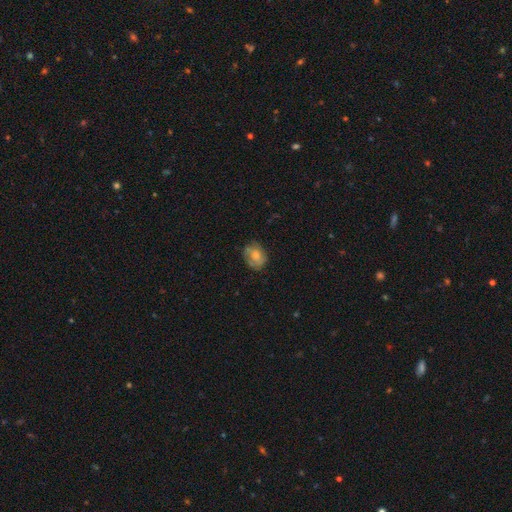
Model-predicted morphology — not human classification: smooth-or-featured: smooth: 62% | featured or disk: 30% | star or artifact: 8%
  how-rounded: in between: 54% | round: 45% | cigar-shaped: 1%
  merging: none: 66% | minor disturbance: 24% | major disturbance: 8% | merger: 2%